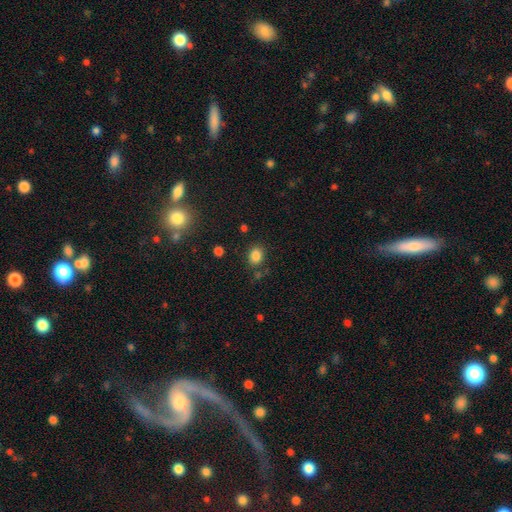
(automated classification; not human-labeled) smooth_or_featured: smooth (p=0.83) [alt: star or artifact p=0.12]
how_rounded: in between (p=0.51) [alt: round p=0.48]
merging: none (p=0.80) [alt: minor disturbance p=0.12]